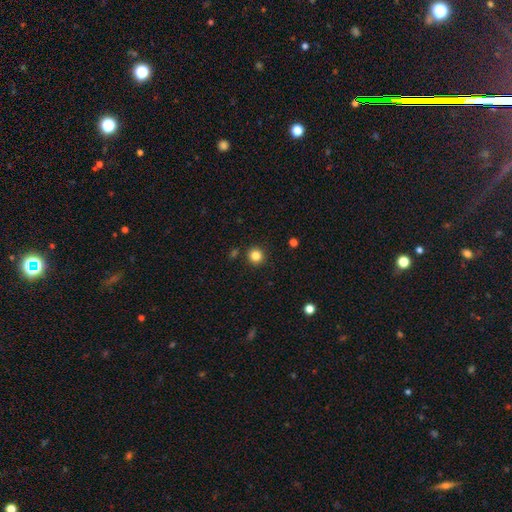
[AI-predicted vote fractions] Smooth or featured: smooth — 84% (star or artifact — 12%)
How rounded: round — 95% (in between — 5%)
Merging: none — 91% (minor disturbance — 5%)